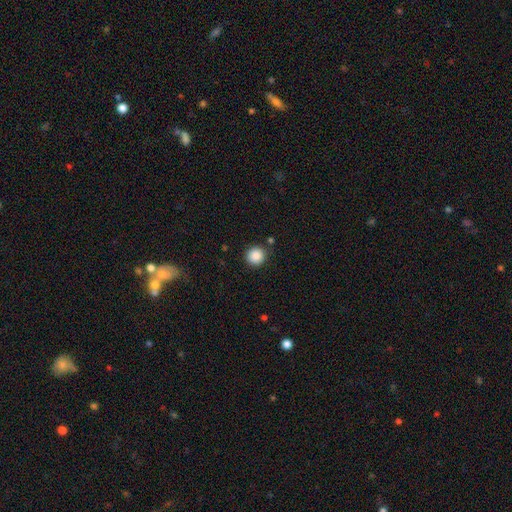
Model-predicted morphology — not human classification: The model was most divided on "smooth or featured": smooth: 88%, star or artifact: 9%, featured or disk: 3%. More confident: how rounded — round (94%); merging — none (88%).